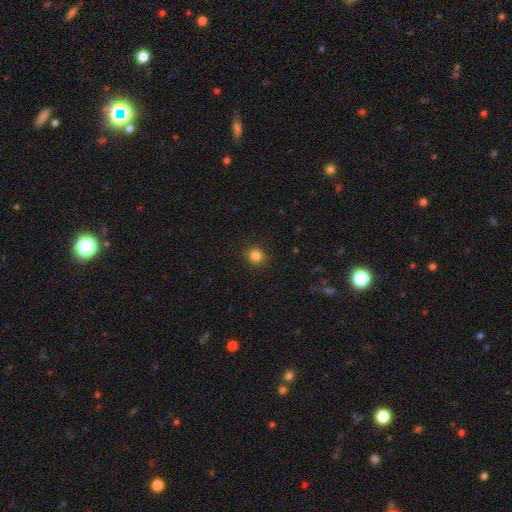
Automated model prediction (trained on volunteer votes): Morphology: type=smooth (84%); roundness=round (86%); merging=none (89%).